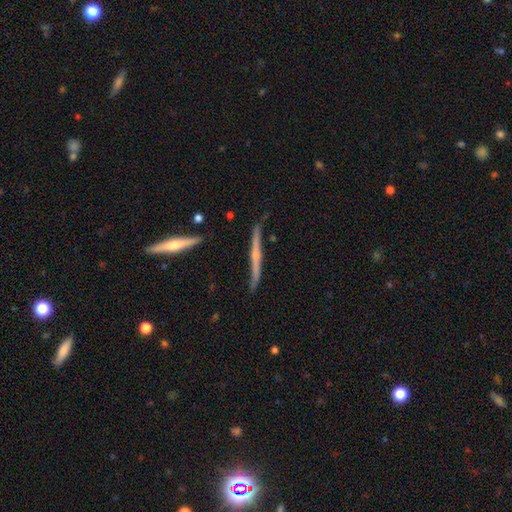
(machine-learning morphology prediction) This is likely a featured or disk galaxy (72%). It is clearly viewed edge-on (96%). Edge-on bulge: possibly rounded (53%). Merging: likely none (79%).